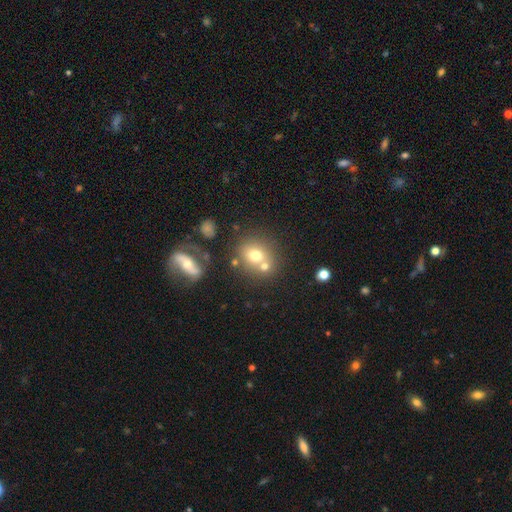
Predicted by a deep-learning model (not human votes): Q: Smooth or featured?
A: smooth (68%); runner-up: featured or disk (18%)
Q: How rounded?
A: round (72%); runner-up: in between (27%)
Q: Merging?
A: none (53%); runner-up: merger (32%)